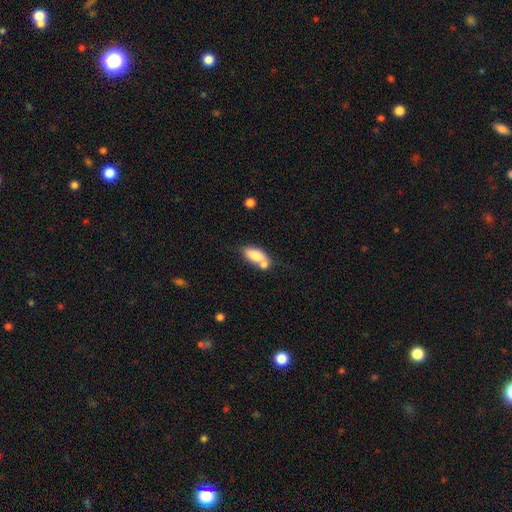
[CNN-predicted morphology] This is likely a smooth galaxy (78%). How rounded: clearly in between (84%). Merging: marginally none (42%).